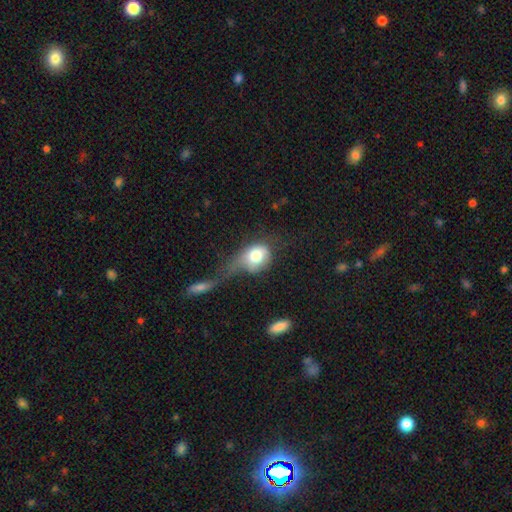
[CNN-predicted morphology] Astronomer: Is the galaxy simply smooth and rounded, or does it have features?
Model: smooth — 72%.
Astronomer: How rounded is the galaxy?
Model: in between — 50% (runner-up: round, 48%).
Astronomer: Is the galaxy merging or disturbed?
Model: major disturbance — 35% (runner-up: merger, 30%).